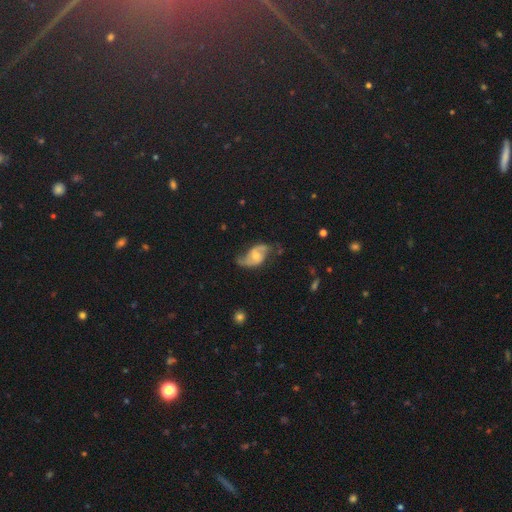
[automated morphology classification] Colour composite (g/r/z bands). It shows a featured or disk galaxy (76%) with no bar (58%), 2 (88%) loose (53%) spiral arms (91%) and a moderate central bulge (51%). Merging: none (56%).